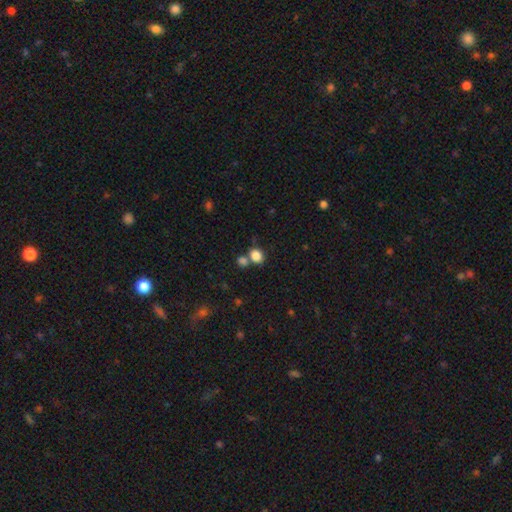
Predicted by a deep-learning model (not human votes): smooth 85%, star or artifact 10%, featured or disk 5%. Down the decision tree: how rounded — round (54%); merging — none (56%).